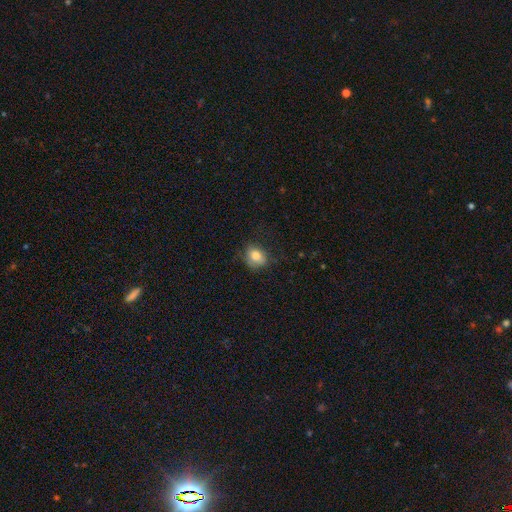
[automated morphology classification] Smooth or featured? smooth (79%)
How rounded? round (57%)
Merging? none (66%)